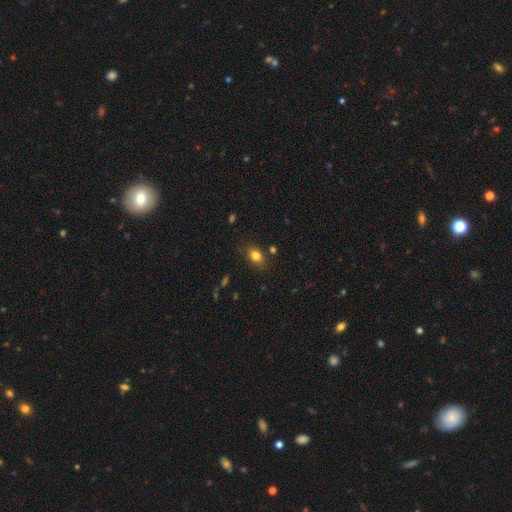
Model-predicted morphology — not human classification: Smooth or featured? smooth (80%)
How rounded? in between (71%)
Merging? none (79%)